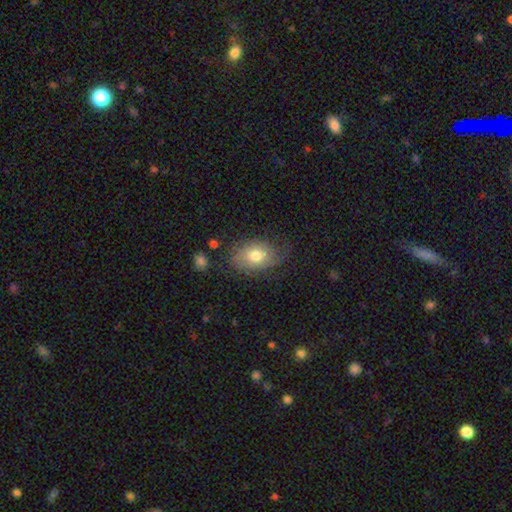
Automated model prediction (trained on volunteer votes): Smooth or featured: smooth — 56% (featured or disk — 36%)
How rounded: in between — 77% (round — 22%)
Merging: none — 54% (minor disturbance — 26%)